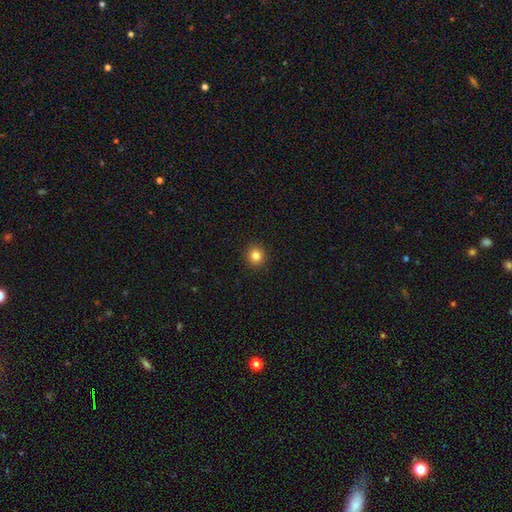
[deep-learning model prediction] A smooth galaxy with no disk features (83%) that is round (91%).

Vote fractions:
- Smooth or featured? smooth: 83% / star or artifact: 12% / featured or disk: 5%
- How rounded? round: 91% / in between: 8% / cigar-shaped: 1%
- Merging? none: 93% / minor disturbance: 5% / major disturbance: 2% / merger: 1%